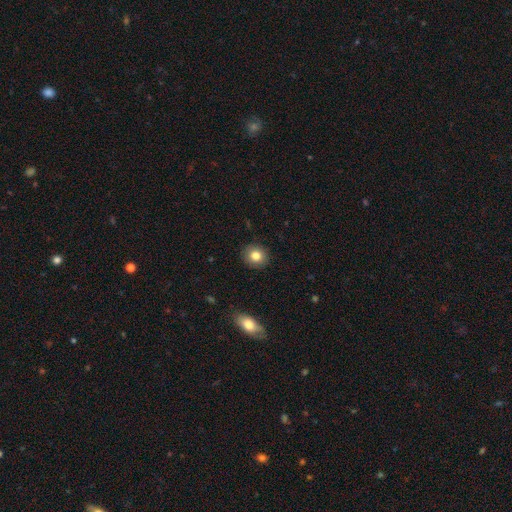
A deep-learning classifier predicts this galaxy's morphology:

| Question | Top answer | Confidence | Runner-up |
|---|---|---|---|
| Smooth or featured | smooth | 82% | star or artifact (9%) |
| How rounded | round | 84% | in between (15%) |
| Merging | none | 90% | minor disturbance (7%) |